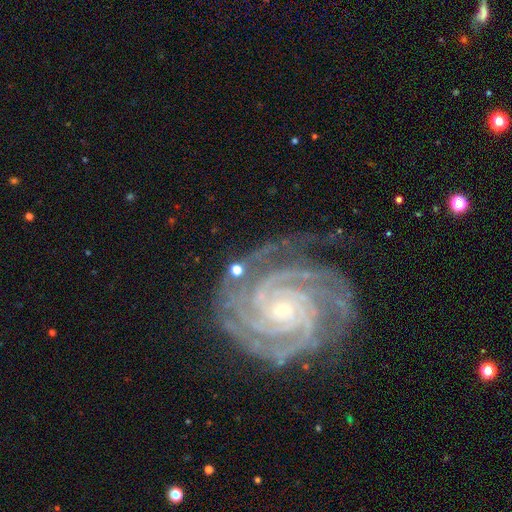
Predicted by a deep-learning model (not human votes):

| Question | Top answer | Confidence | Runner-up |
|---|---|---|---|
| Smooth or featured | featured or disk | 92% | star or artifact (5%) |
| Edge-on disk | no | 98% | yes (2%) |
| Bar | no | 66% | weak (21%) |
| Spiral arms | yes | 99% | no (1%) |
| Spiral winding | tight | 83% | medium (15%) |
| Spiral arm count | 4 | 30% | 3 (26%) |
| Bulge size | small | 77% | moderate (19%) |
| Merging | none | 75% | minor disturbance (17%) |